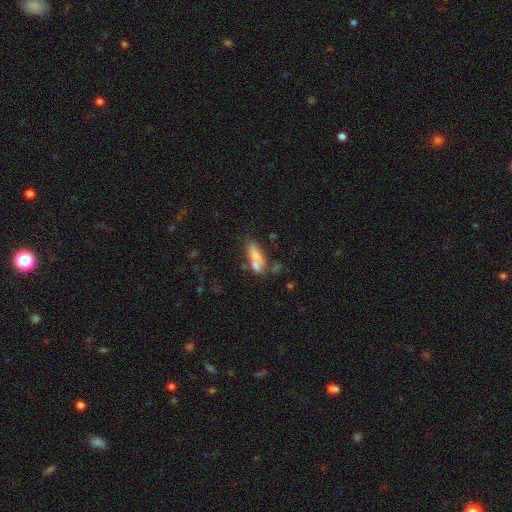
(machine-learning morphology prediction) This appears to be a smooth galaxy with no disk features (70%) that is in between round and cigar-shaped (70%). Merging: merger (40%).